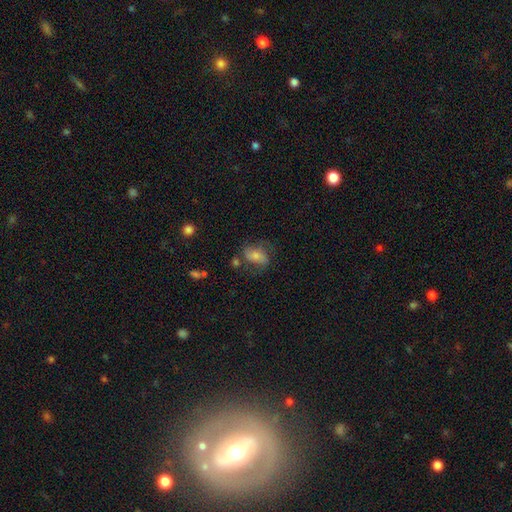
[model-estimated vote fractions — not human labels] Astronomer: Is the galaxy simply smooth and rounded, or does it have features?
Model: smooth — 59%.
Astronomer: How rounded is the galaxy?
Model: in between — 83%.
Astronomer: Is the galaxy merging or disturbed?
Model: none — 48% (runner-up: minor disturbance, 25%).